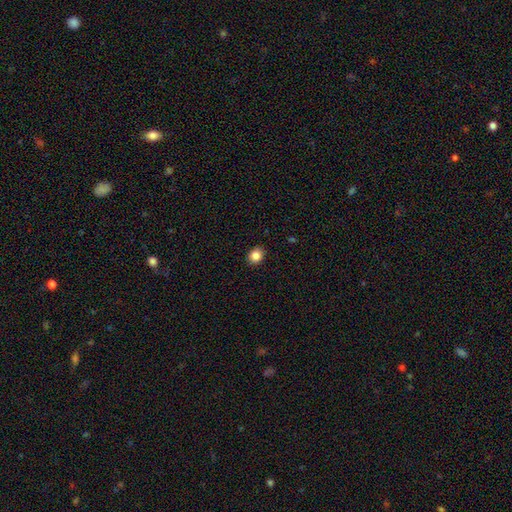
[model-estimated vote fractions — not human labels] smooth 85%, star or artifact 10%, featured or disk 5%. Down the decision tree: how rounded — round (64%); merging — none (91%).